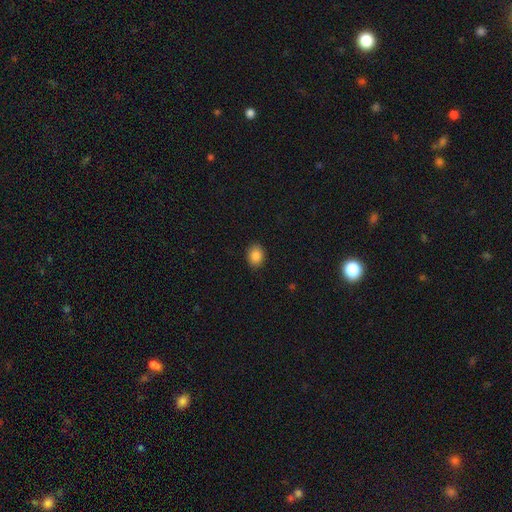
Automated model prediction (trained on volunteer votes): The model was most divided on "how rounded": in between: 51%, round: 48%, cigar-shaped: 1%. More confident: merging — none (88%); smooth or featured — smooth (86%).